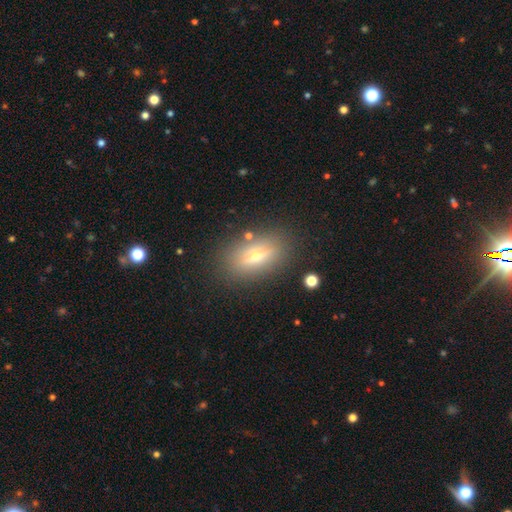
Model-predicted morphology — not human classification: Overall: smooth (49%; featured or disk 38%). Merging: none (82%).